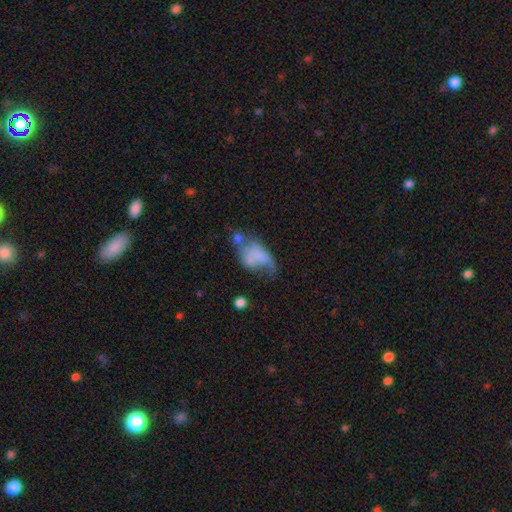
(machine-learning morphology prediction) This is possibly a smooth galaxy (55%). How rounded: clearly in between (83%). Merging: marginally major disturbance (44%).